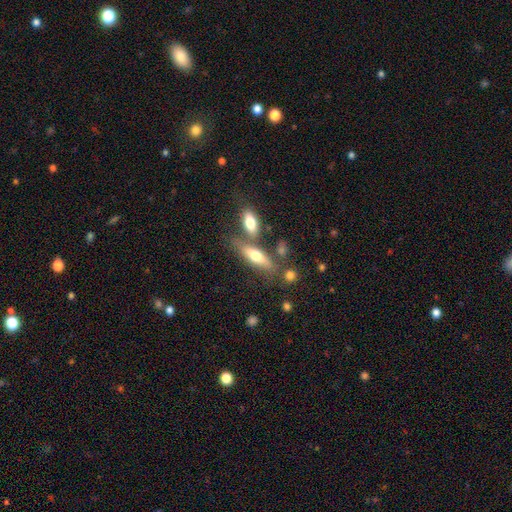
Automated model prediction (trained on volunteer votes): This is possibly a smooth galaxy (60%). How rounded: possibly in between (51%). Merging: possibly none (54%).